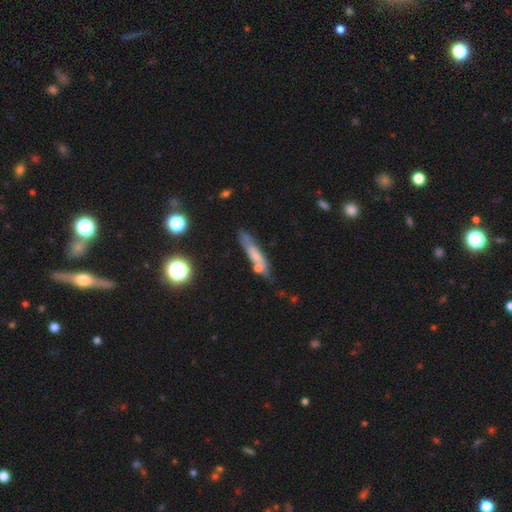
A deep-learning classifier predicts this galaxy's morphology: smooth_or_featured: smooth (p=0.53) [alt: featured or disk p=0.36]
how_rounded: cigar-shaped (p=0.80) [alt: in between p=0.16]
merging: none (p=0.60) [alt: minor disturbance p=0.21]